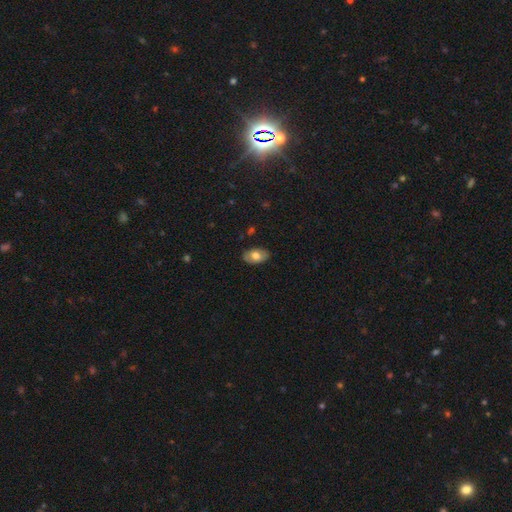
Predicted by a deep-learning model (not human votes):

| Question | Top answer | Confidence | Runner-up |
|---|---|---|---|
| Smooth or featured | smooth | 64% | featured or disk (29%) |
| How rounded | in between | 91% | round (8%) |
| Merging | none | 84% | minor disturbance (12%) |